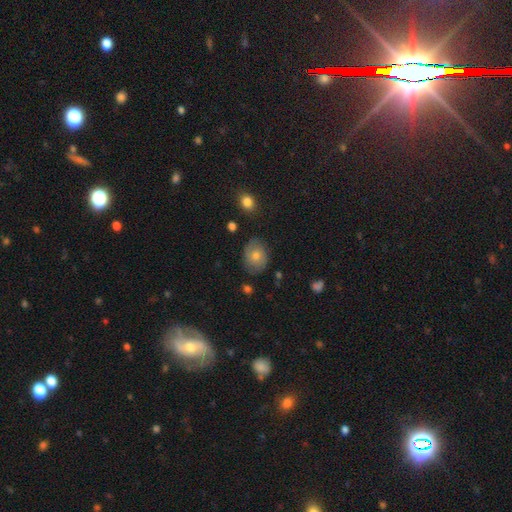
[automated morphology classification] Smooth or featured: smooth — 56% (featured or disk — 32%)
How rounded: in between — 59% (round — 40%)
Merging: none — 79% (minor disturbance — 16%)